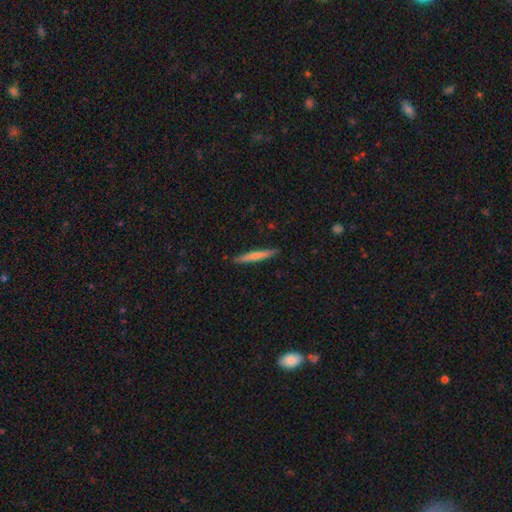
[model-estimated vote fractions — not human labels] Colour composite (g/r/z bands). It shows a smooth galaxy with no disk features (65%) that is cigar-shaped (96%). Merging: none (90%).